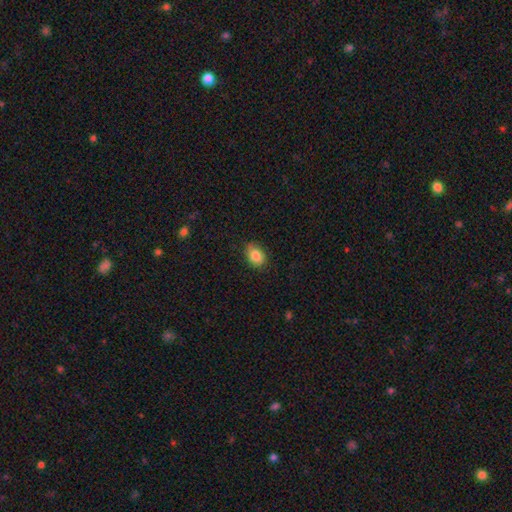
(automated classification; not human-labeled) smooth 86%, star or artifact 8%, featured or disk 6%. Down the decision tree: how rounded — in between (75%); merging — none (83%).